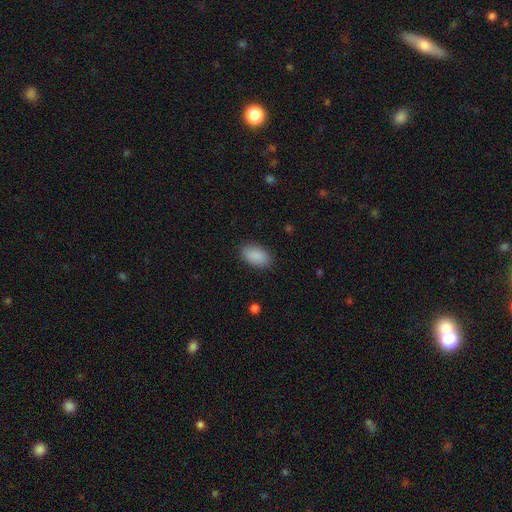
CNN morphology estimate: Smooth or featured?
  - smooth: 89% *
  - star or artifact: 7%
  - featured or disk: 4%
How rounded?
  - in between: 93% *
  - round: 4%
  - cigar-shaped: 3%
Merging?
  - none: 87% *
  - minor disturbance: 10%
  - major disturbance: 3%
  - merger: 1%